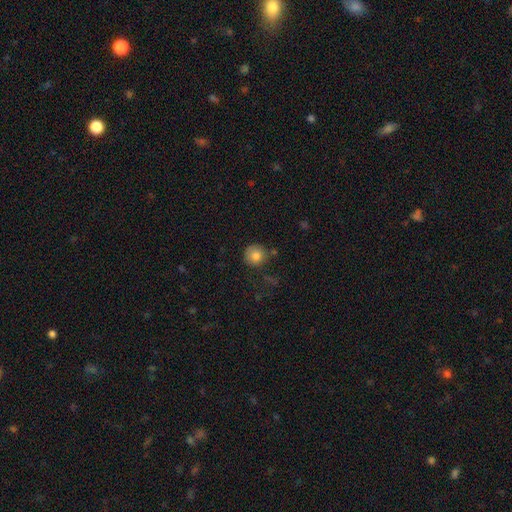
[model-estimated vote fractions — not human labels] Overall: smooth (81%). How rounded: round (92%). Merging: none (72%).